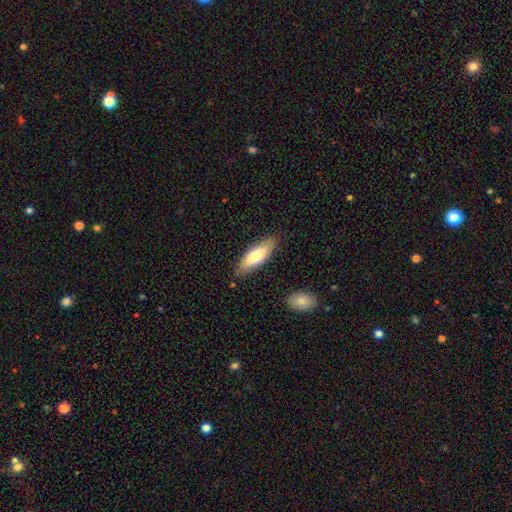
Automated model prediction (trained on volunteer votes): Smooth or featured? smooth (71%)
How rounded? in between (61%)
Merging? none (83%)